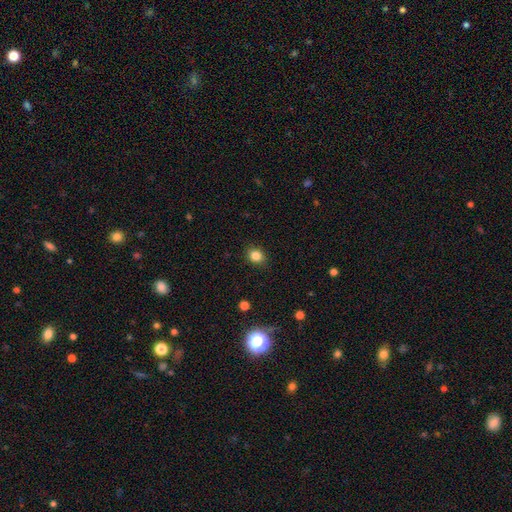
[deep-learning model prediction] A smooth galaxy with no disk features (84%) that is round (69%).

Vote fractions:
- Smooth or featured? smooth: 84% / star or artifact: 11% / featured or disk: 5%
- How rounded? round: 69% / in between: 30% / cigar-shaped: 1%
- Merging? none: 88% / minor disturbance: 9% / major disturbance: 2% / merger: 1%